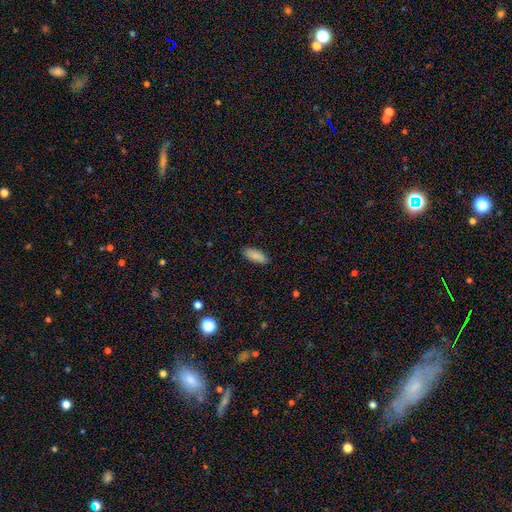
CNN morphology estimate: This is clearly a smooth galaxy (87%). How rounded: likely in between (75%). Merging: clearly none (87%).